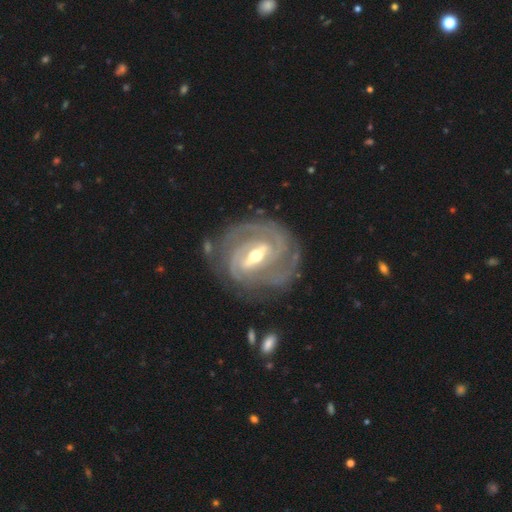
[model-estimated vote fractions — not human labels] Q: Smooth or featured?
A: featured or disk (92%); runner-up: smooth (5%)
Q: Edge-on disk?
A: no (96%); runner-up: yes (4%)
Q: Bar?
A: strong (62%); runner-up: weak (30%)
Q: Spiral arms?
A: yes (97%); runner-up: no (3%)
Q: Spiral winding?
A: tight (69%); runner-up: medium (26%)
Q: Spiral arm count?
A: 2 (42%); runner-up: 3 (24%)
Q: Bulge size?
A: moderate (61%); runner-up: small (33%)
Q: Merging?
A: none (71%); runner-up: minor disturbance (18%)